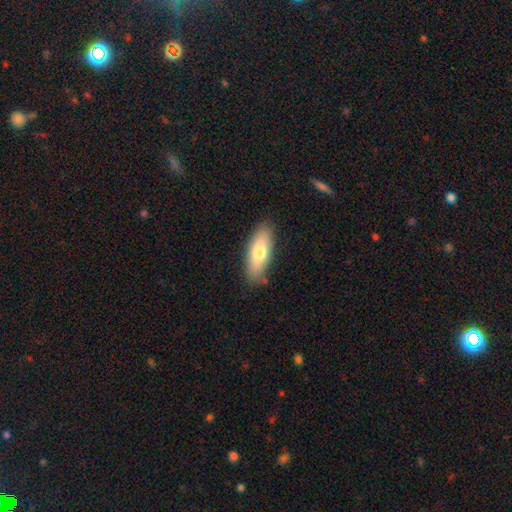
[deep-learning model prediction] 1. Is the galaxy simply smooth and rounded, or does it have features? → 70% smooth, 23% featured or disk, 6% star or artifact.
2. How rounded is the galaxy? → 70% in between, 28% cigar-shaped, 2% round.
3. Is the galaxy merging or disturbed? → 85% none, 11% minor disturbance, 2% major disturbance, 1% merger.